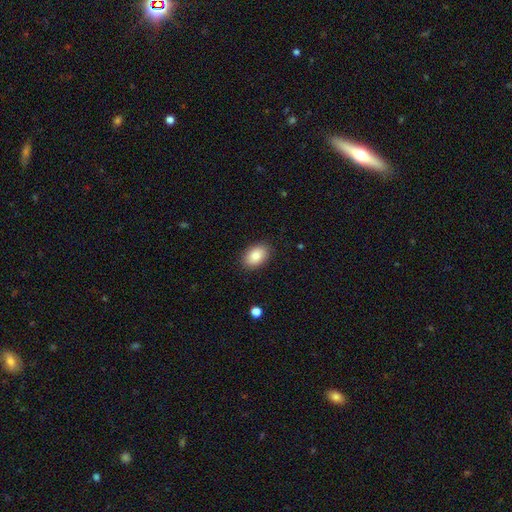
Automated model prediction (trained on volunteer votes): Smooth or featured: smooth — 84% (featured or disk — 8%)
How rounded: in between — 87% (round — 12%)
Merging: none — 88% (minor disturbance — 9%)